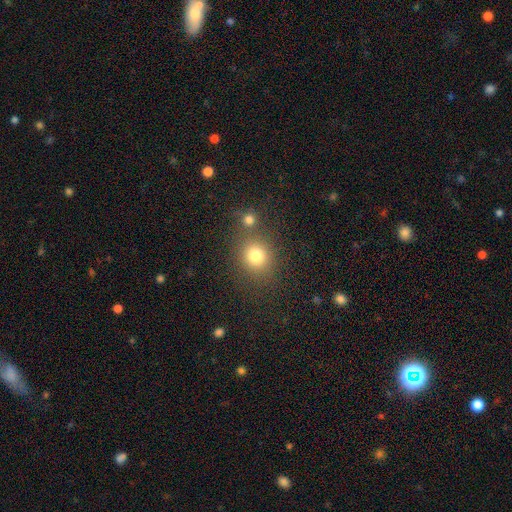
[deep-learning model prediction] smooth_or_featured: smooth (p=0.78) [alt: star or artifact p=0.14]
how_rounded: round (p=0.81) [alt: in between p=0.18]
merging: none (p=0.69) [alt: merger p=0.18]